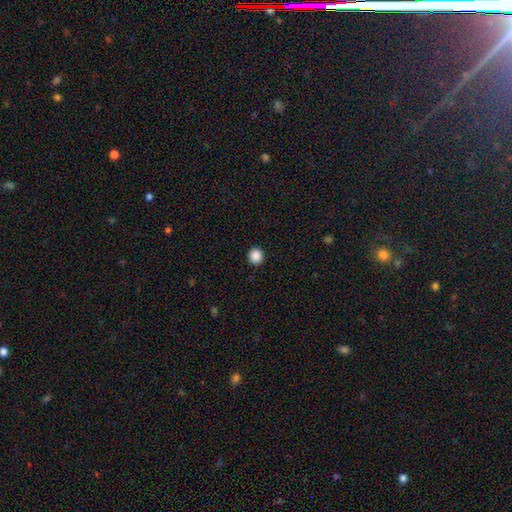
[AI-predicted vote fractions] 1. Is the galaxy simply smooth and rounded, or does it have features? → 88% smooth, 10% star or artifact, 2% featured or disk.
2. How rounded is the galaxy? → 93% round, 6% in between, 1% cigar-shaped.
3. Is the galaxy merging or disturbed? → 93% none, 4% minor disturbance, 2% major disturbance, 1% merger.